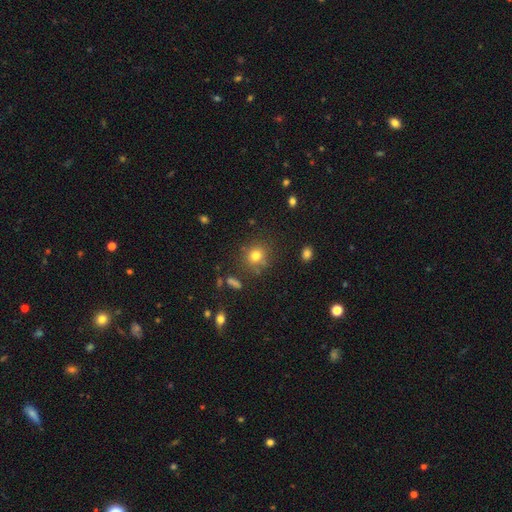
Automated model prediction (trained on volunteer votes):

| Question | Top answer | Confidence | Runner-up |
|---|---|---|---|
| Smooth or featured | smooth | 76% | star or artifact (15%) |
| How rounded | round | 85% | in between (14%) |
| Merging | none | 81% | minor disturbance (11%) |